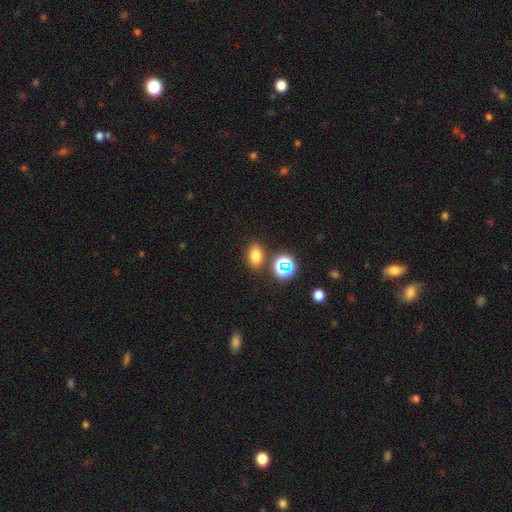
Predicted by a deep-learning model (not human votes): smooth-or-featured: smooth: 73% | star or artifact: 19% | featured or disk: 8%
  how-rounded: in between: 74% | round: 24% | cigar-shaped: 2%
  merging: none: 80% | minor disturbance: 10% | merger: 7% | major disturbance: 3%